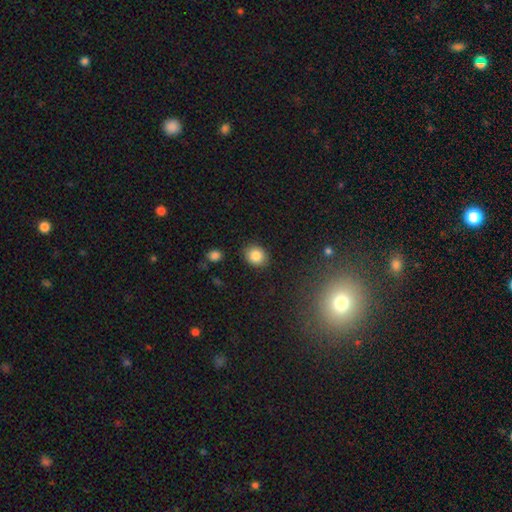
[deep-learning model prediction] Smooth or featured?
  - smooth: 85% *
  - star or artifact: 9%
  - featured or disk: 5%
How rounded?
  - round: 72% *
  - in between: 27%
  - cigar-shaped: 1%
Merging?
  - none: 86% *
  - minor disturbance: 9%
  - major disturbance: 2%
  - merger: 2%